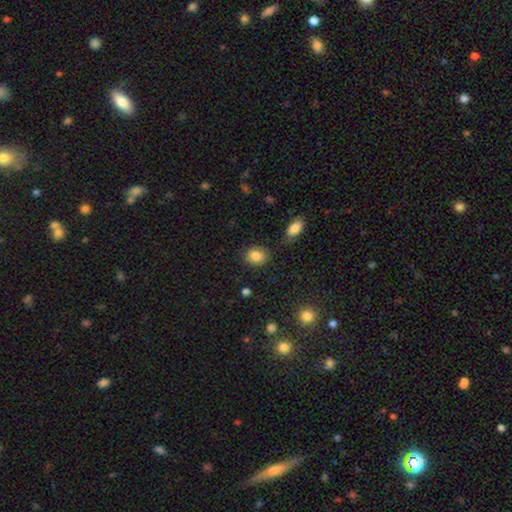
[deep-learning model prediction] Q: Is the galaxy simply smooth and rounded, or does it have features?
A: smooth — 84%.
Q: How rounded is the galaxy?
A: round — 56%.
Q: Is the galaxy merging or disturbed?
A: none — 82%.